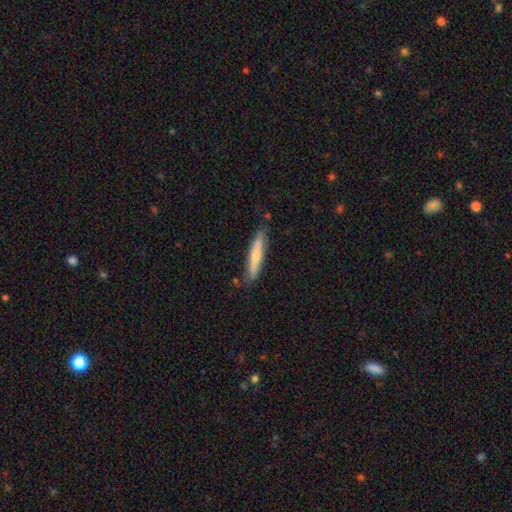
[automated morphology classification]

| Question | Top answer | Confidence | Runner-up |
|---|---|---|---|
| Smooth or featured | smooth | 64% | featured or disk (31%) |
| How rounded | cigar-shaped | 88% | in between (10%) |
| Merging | none | 80% | minor disturbance (15%) |